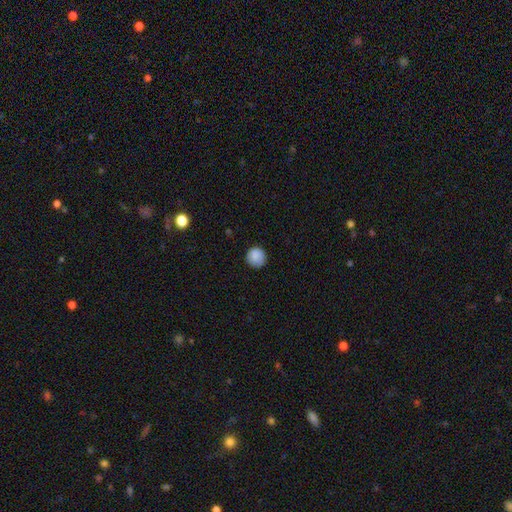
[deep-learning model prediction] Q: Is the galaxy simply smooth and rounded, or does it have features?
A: smooth — 87%.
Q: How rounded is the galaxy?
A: round — 94%.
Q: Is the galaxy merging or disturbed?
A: none — 88%.